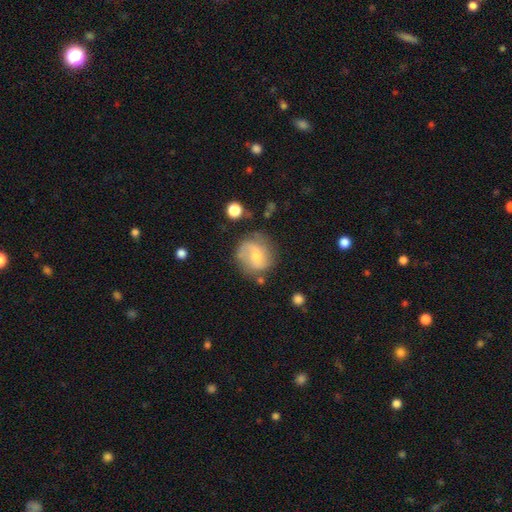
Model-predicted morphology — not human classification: type=featured or disk (54%); edge-on=no (97%); bar=no (48%); spiral arms=yes (84%); bulge=moderate (48%); merging=none (61%).